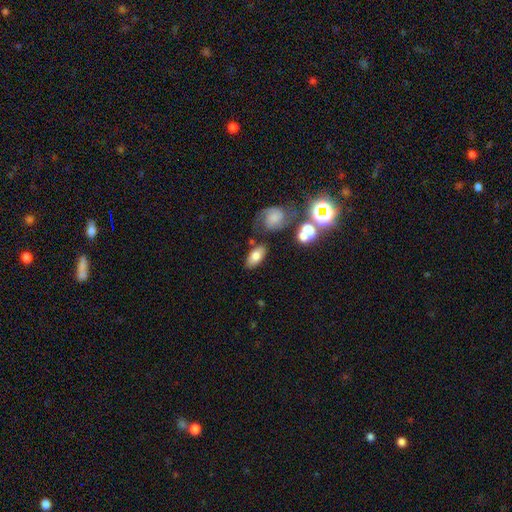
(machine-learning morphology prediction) A smooth galaxy with no disk features (72%) that is in between round and cigar-shaped (90%).

Vote fractions:
- Smooth or featured? smooth: 72% / featured or disk: 18% / star or artifact: 10%
- How rounded? in between: 90% / round: 5% / cigar-shaped: 4%
- Merging? none: 73% / minor disturbance: 14% / merger: 8% / major disturbance: 5%